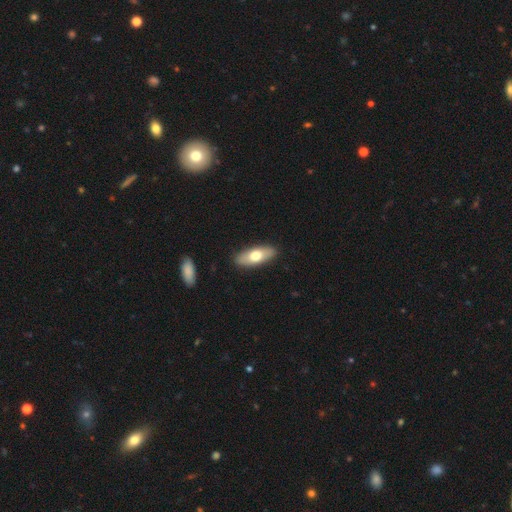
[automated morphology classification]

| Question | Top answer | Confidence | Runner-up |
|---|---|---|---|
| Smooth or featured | smooth | 66% | featured or disk (29%) |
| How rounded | in between | 73% | cigar-shaped (24%) |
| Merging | none | 89% | minor disturbance (8%) |